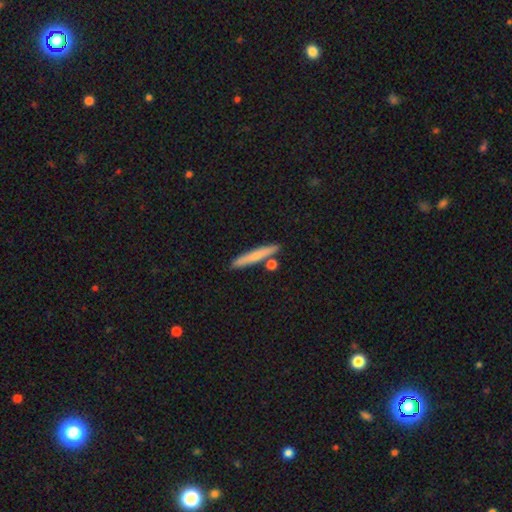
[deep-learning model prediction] smooth-or-featured: smooth: 70% | featured or disk: 24% | star or artifact: 6%
  how-rounded: cigar-shaped: 93% | in between: 5% | round: 2%
  merging: none: 82% | minor disturbance: 9% | merger: 7% | major disturbance: 2%